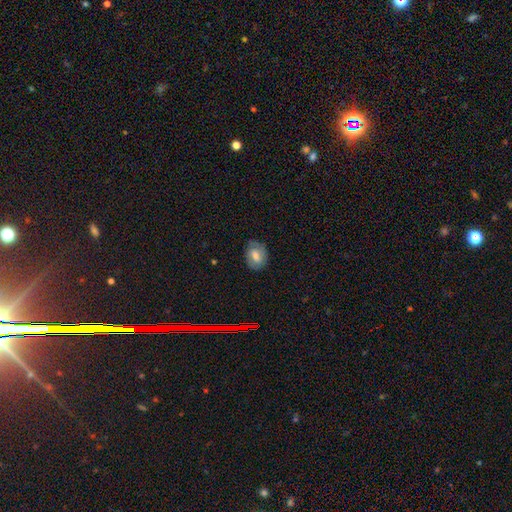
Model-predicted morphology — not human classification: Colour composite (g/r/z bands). It shows a smooth galaxy with no disk features (59%) that is in between round and cigar-shaped (66%). Merging: none (72%).